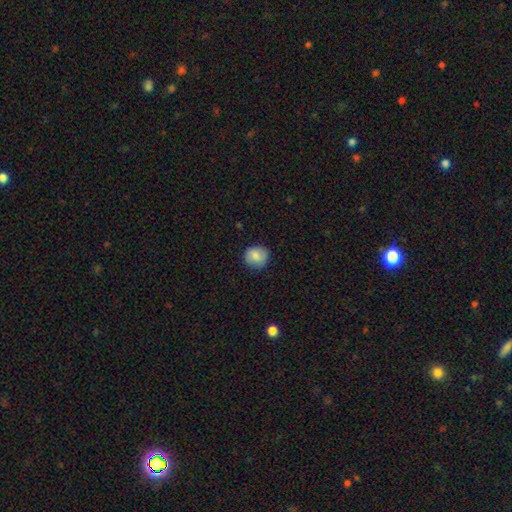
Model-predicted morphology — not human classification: A smooth galaxy with no disk features (80%) that is round (84%). Merging: none (82%).